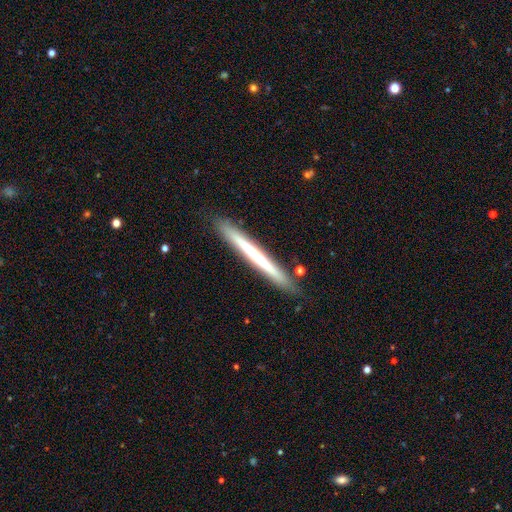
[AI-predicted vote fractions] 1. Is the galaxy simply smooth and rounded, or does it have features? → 54% featured or disk, 41% smooth, 6% star or artifact.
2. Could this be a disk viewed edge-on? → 96% yes, 4% no.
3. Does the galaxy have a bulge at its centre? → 78% none, 15% rounded, 7% boxy.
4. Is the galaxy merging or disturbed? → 89% none, 8% minor disturbance, 2% major disturbance, 1% merger.